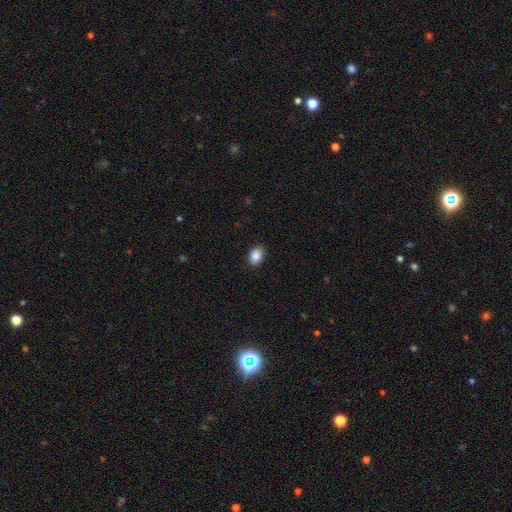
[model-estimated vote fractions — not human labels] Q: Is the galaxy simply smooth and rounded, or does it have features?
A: smooth — 88%.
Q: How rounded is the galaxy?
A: in between — 73%.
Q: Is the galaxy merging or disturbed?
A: none — 89%.